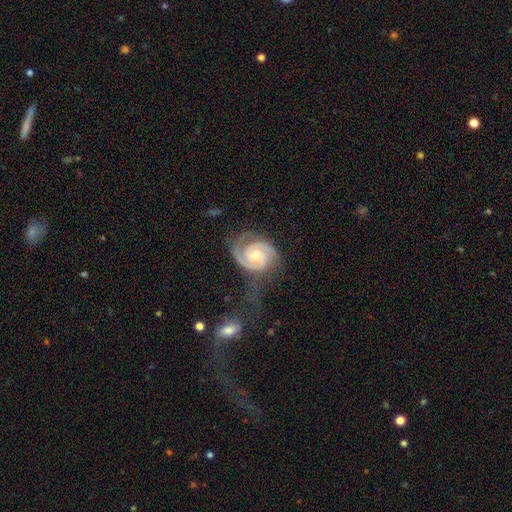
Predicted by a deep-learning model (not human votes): The model was most divided on "bulge size": moderate: 49%, small: 41%, none: 5%, large: 3%, dominant: 1%. More confident: spiral arms — yes (99%); edge-on disk — no (98%); smooth or featured — featured or disk (91%); spiral arm count — 2 (87%); spiral winding — tight (65%); merging — none (60%); bar — no (59%).